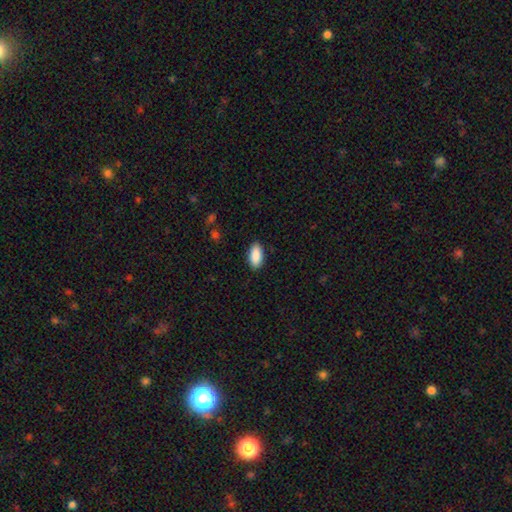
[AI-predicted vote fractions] This appears to be a smooth galaxy with no disk features (90%) that is in between round and cigar-shaped (92%). Merging: none (88%).